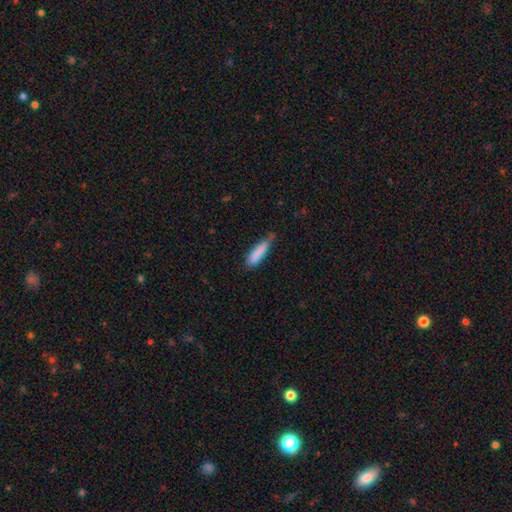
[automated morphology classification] Smooth or featured: smooth — 84% (featured or disk — 9%)
How rounded: cigar-shaped — 72% (in between — 26%)
Merging: none — 53% (minor disturbance — 36%)